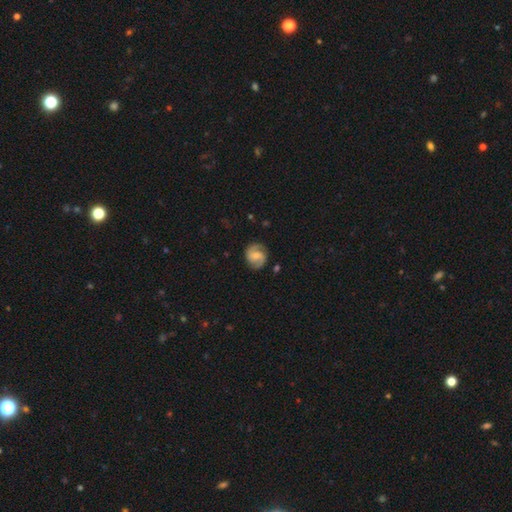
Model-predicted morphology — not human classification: This is likely a featured or disk galaxy (76%). It is clearly not viewed edge-on (98%). Bar: possibly weak (47%). Spiral arm pattern: clearly yes (96%). Spiral arm count: clearly 2 (89%). Spiral winding: possibly medium (49%). Central bulge: marginally moderate (44%). Merging: clearly none (82%).